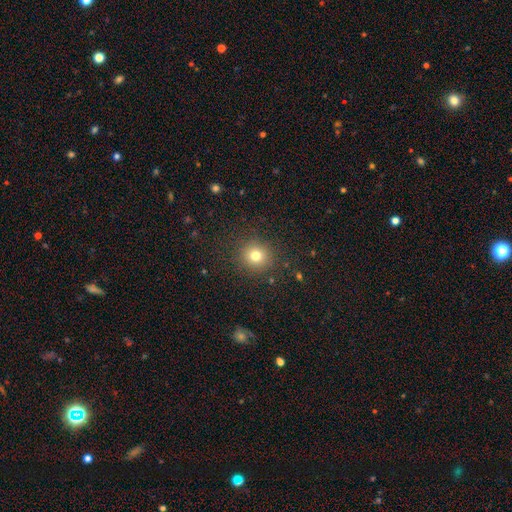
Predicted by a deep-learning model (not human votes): Morphology: type=smooth (77%); roundness=round (91%); merging=none (89%).